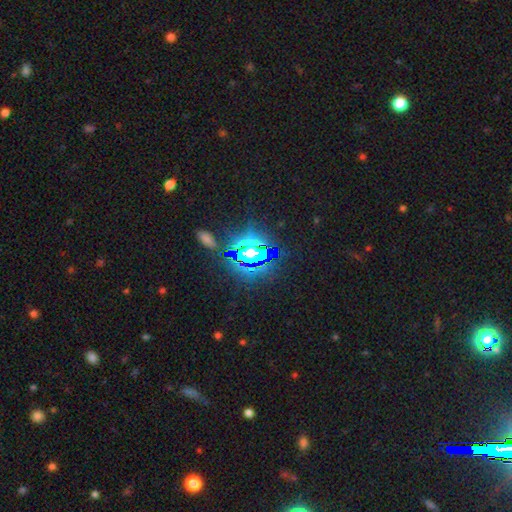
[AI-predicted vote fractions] A star or artifact, not a galaxy (73%).